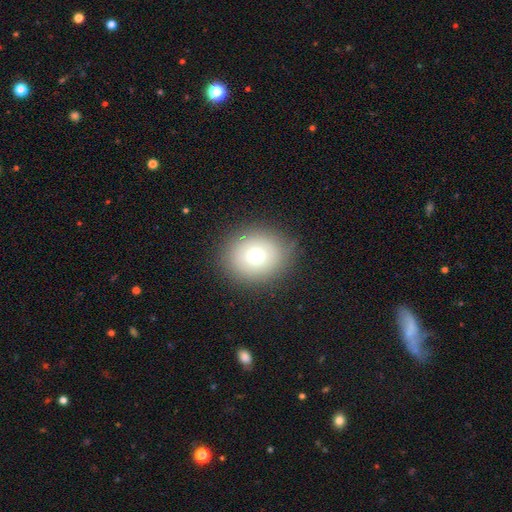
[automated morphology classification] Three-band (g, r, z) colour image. It shows a smooth galaxy with no disk features (72%) that is round (73%). Merging: none (85%).